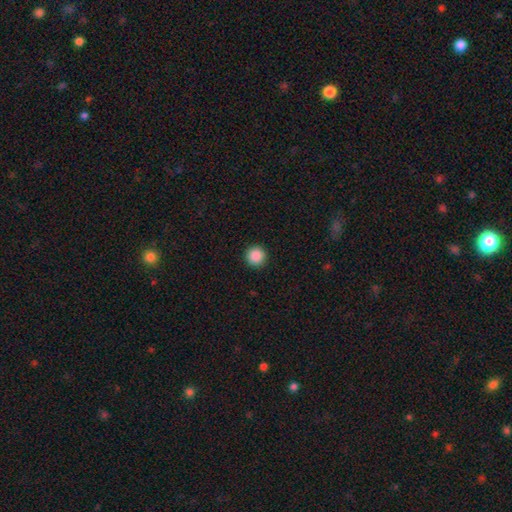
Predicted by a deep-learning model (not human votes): Smooth or featured? smooth (88%)
How rounded? round (96%)
Merging? none (93%)